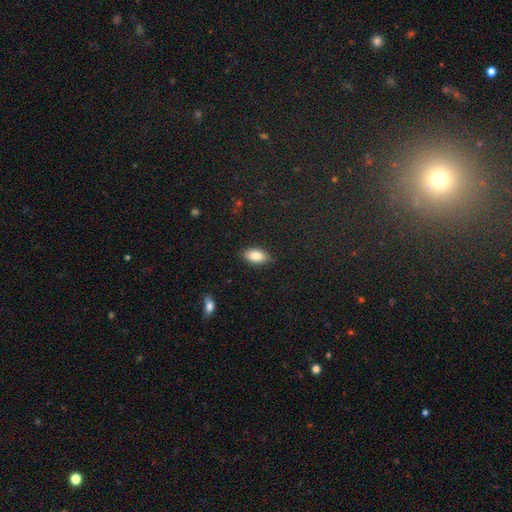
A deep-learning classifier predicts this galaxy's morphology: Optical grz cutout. It shows a smooth galaxy with no disk features (85%) that is in between round and cigar-shaped (92%). Merging: none (86%).